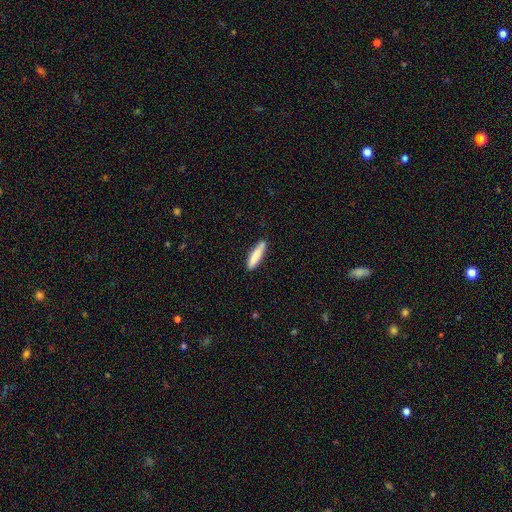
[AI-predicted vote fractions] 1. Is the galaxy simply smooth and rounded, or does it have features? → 82% smooth, 12% featured or disk, 6% star or artifact.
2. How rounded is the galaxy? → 82% cigar-shaped, 17% in between, 1% round.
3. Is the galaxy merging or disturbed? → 81% none, 14% minor disturbance, 3% merger, 2% major disturbance.